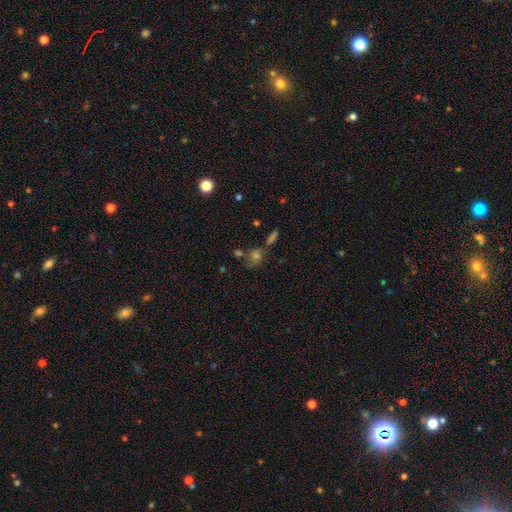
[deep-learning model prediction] Morphology: type=smooth (46%); merging=none (50%).